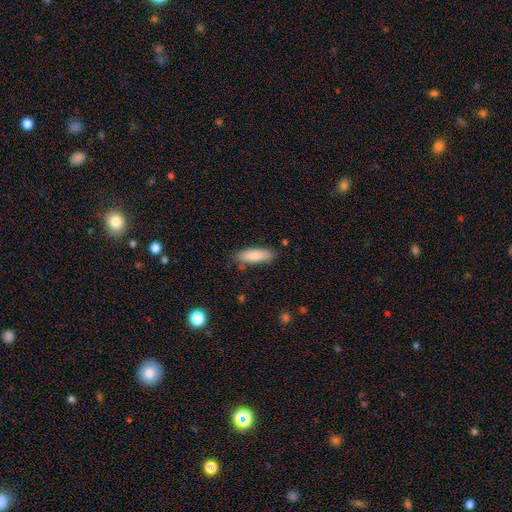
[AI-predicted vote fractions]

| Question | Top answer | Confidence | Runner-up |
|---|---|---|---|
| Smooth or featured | smooth | 86% | featured or disk (8%) |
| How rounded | in between | 60% | cigar-shaped (38%) |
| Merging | none | 80% | minor disturbance (15%) |